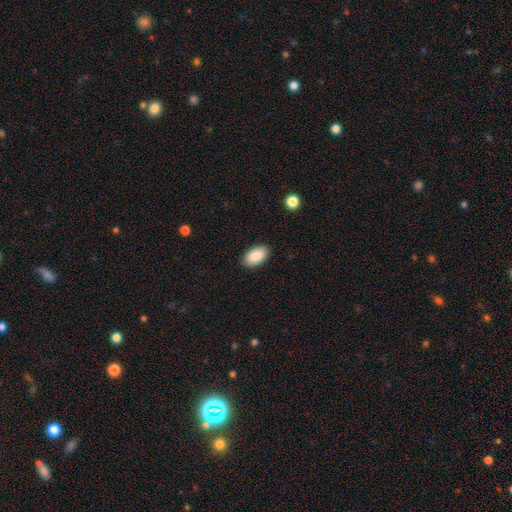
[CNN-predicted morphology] The model was most divided on "merging": none: 88%, minor disturbance: 9%, major disturbance: 2%, merger: 1%. More confident: how rounded — in between (94%); smooth or featured — smooth (87%).